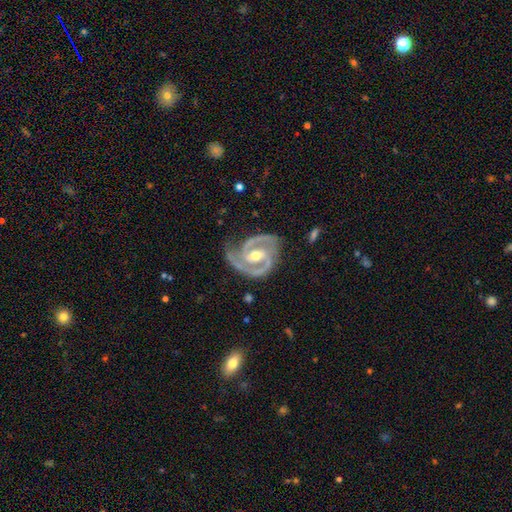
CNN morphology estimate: The model was most divided on "spiral winding": tight: 50%, medium: 45%, loose: 5%. Remaining: spiral arms — yes (98%); edge-on disk — no (98%); smooth or featured — featured or disk (94%); spiral arm count — 2 (89%); merging — none (73%); bulge size — moderate (72%); bar — weak (42%).